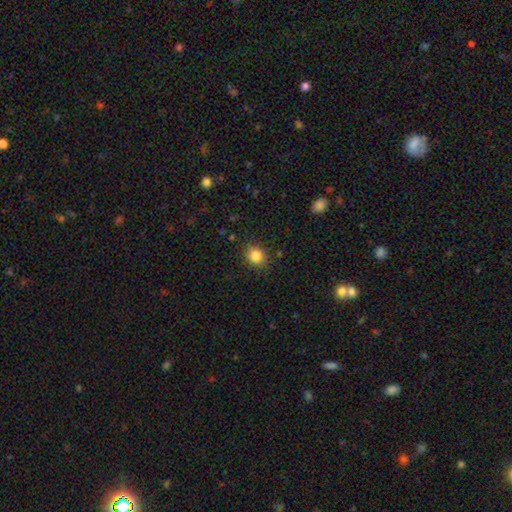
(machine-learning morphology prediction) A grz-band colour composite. It shows a smooth galaxy with no disk features (84%) that is round (77%). Merging: none (88%).